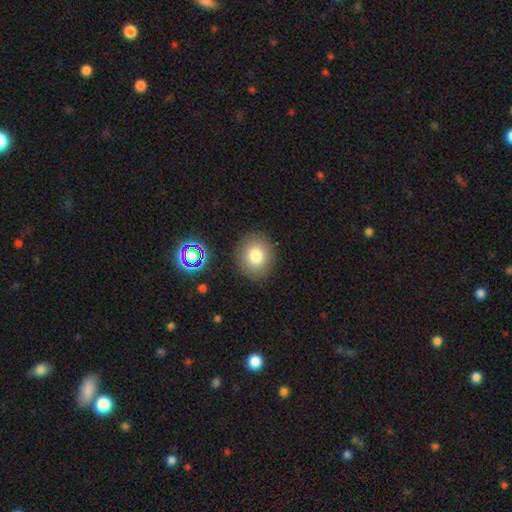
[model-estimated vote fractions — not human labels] A smooth galaxy with no disk features (78%) that is round (77%). Merging: none (87%).